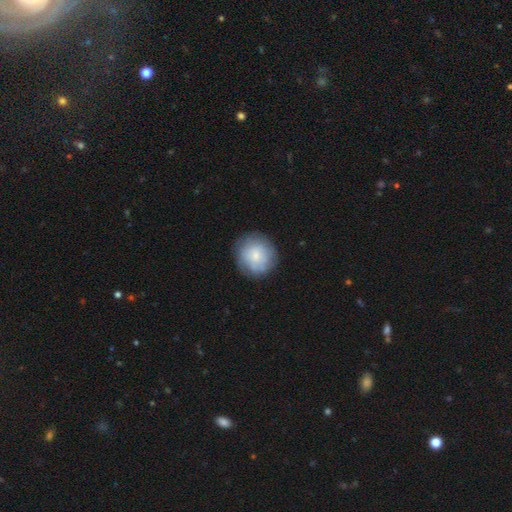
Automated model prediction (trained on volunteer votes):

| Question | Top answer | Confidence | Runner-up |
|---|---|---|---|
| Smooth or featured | smooth | 71% | featured or disk (22%) |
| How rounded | round | 92% | in between (7%) |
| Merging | none | 81% | minor disturbance (13%) |